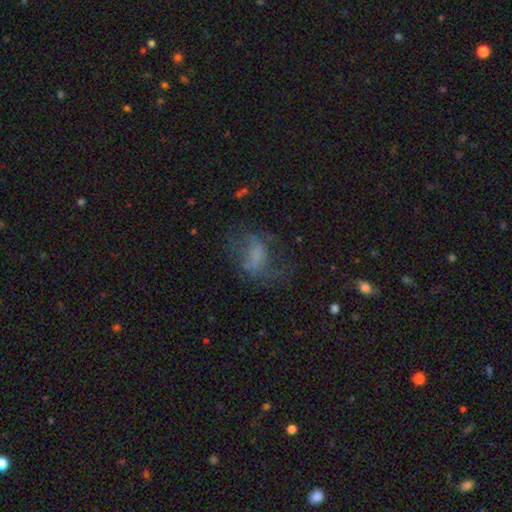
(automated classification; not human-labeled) Smooth or featured? Predicted: smooth (p=0.47). Merging? Predicted: none (p=0.41).